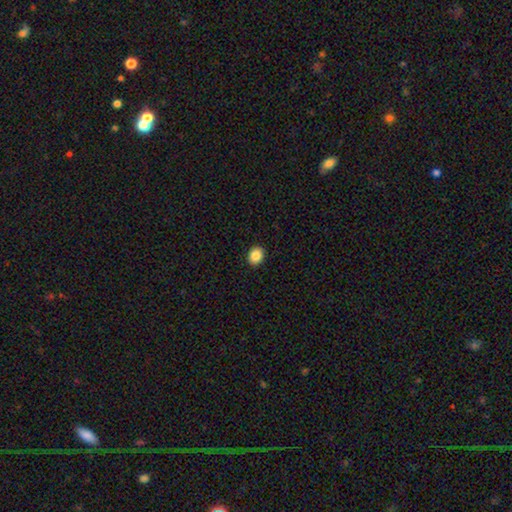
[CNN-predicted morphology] Smooth or featured? smooth (87%)
How rounded? round (57%)
Merging? none (92%)